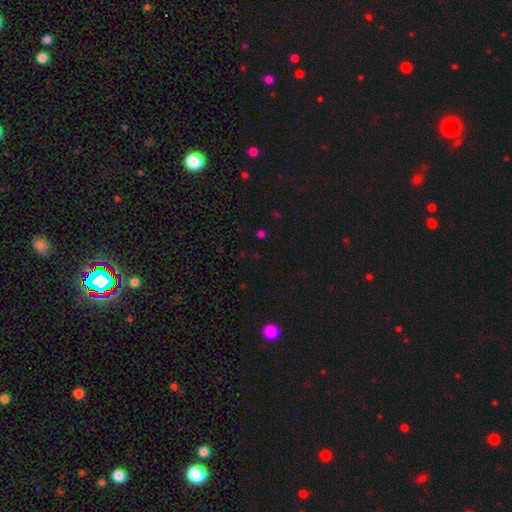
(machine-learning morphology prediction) A star or artifact, not a galaxy (52%).

Vote fractions:
- Smooth or featured? star or artifact: 52% / smooth: 42% / featured or disk: 6%